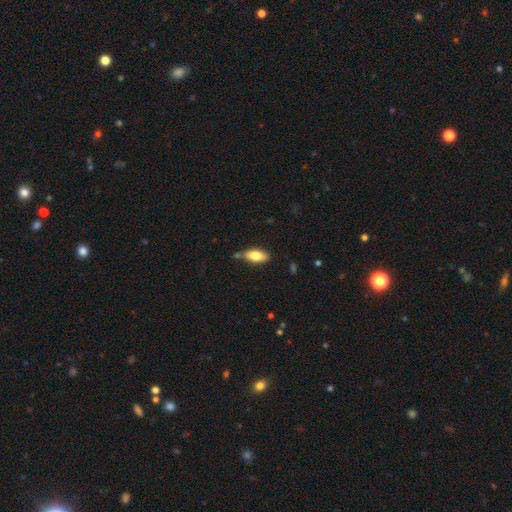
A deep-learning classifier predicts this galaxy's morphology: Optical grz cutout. It shows a smooth galaxy with no disk features (77%) that is in between round and cigar-shaped (85%). Merging: none (73%).